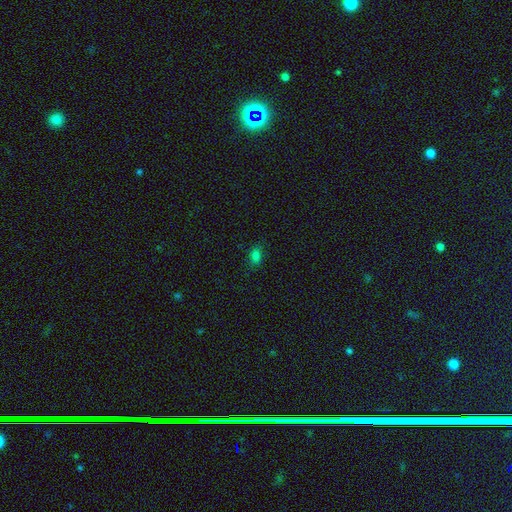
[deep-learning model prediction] Smooth or featured? smooth (79%)
How rounded? in between (85%)
Merging? none (81%)